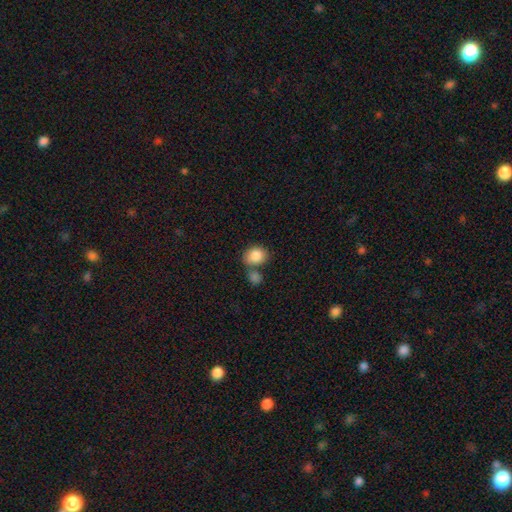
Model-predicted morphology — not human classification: The model was most divided on "how rounded": round: 59%, in between: 40%, cigar-shaped: 1%. More confident: smooth or featured — smooth (86%); merging — none (53%).